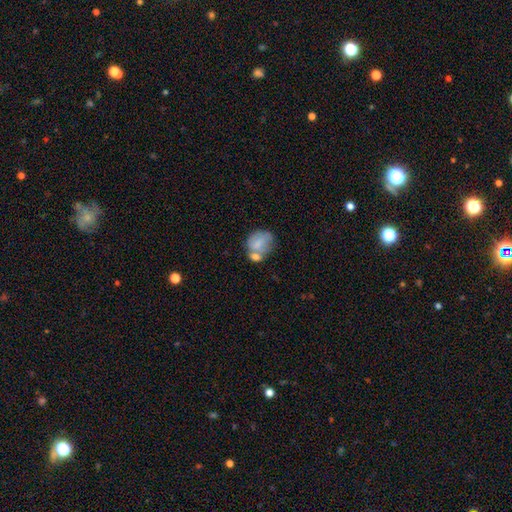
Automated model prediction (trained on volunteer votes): Morphology: type=smooth (70%); roundness=round (50%); merging=merger (41%).